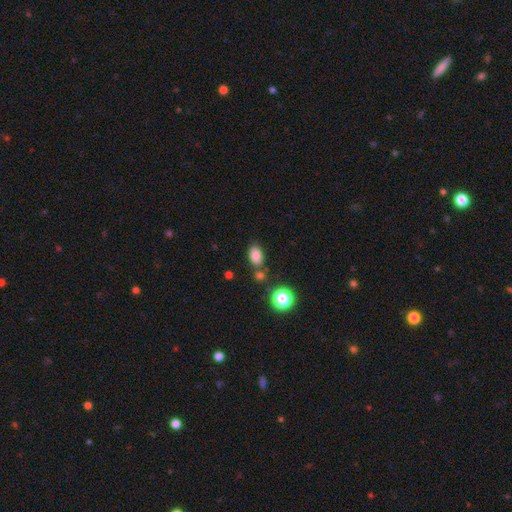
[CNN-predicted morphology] smooth 82%, star or artifact 12%, featured or disk 5%. Down the decision tree: how rounded — in between (82%); merging — none (72%).